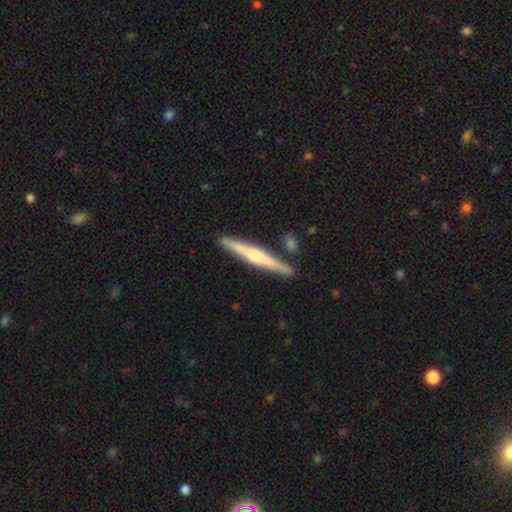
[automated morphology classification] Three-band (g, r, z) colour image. It shows a featured or disk galaxy (60%) viewed edge-on (97%) with a rounded central bulge (64%). Merging: none (86%).